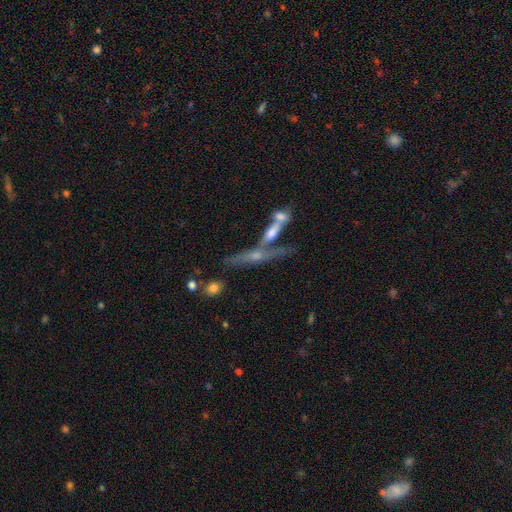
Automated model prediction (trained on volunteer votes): smooth-or-featured: featured or disk: 63% | smooth: 23% | star or artifact: 14%
  disk-edge-on: yes: 74% | no: 26%
  merging: merger: 44% | none: 35% | minor disturbance: 11% | major disturbance: 10%